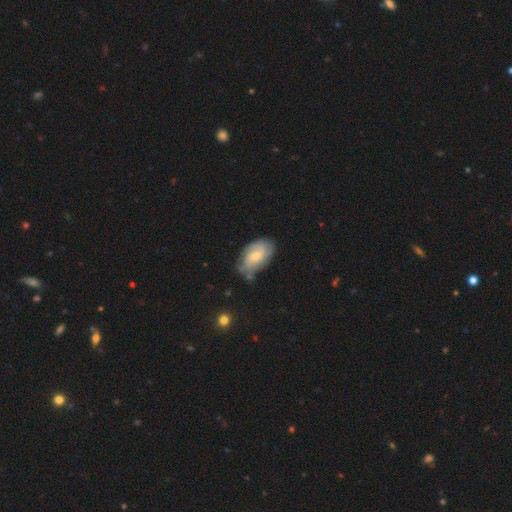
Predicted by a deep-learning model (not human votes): Morphology: type=featured or disk (51%); edge-on=no (95%); merging=none (57%).